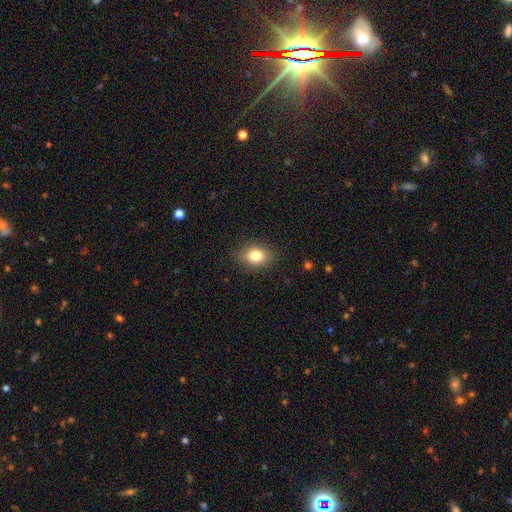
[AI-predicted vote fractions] Smooth or featured? smooth (81%)
How rounded? in between (69%)
Merging? none (86%)